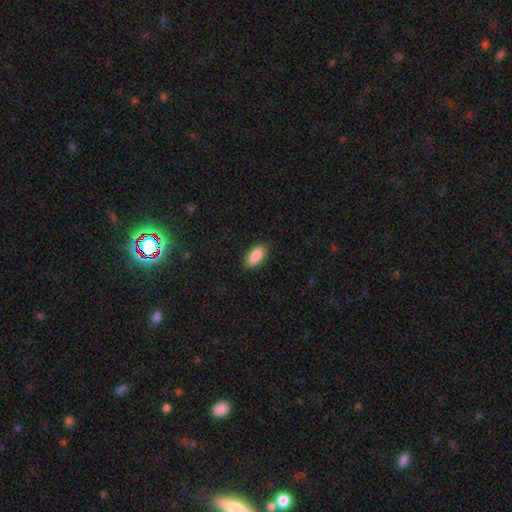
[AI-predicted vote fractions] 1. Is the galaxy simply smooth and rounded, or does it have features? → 88% smooth, 6% star or artifact, 6% featured or disk.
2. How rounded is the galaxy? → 92% in between, 6% cigar-shaped, 2% round.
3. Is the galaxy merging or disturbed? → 88% none, 9% minor disturbance, 2% major disturbance, 1% merger.